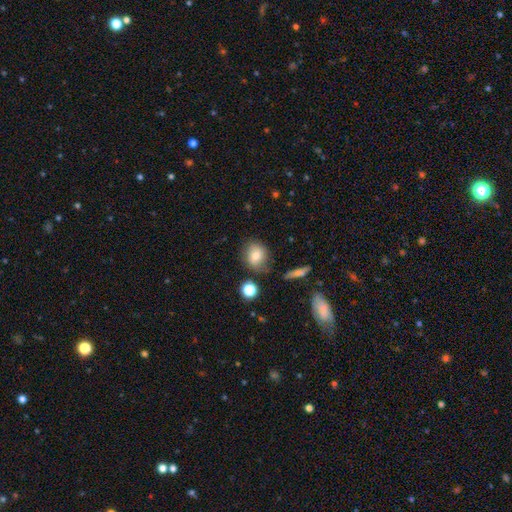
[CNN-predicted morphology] smooth 71%, featured or disk 18%, star or artifact 11%. Down the decision tree: how rounded — round (61%); merging — none (69%).